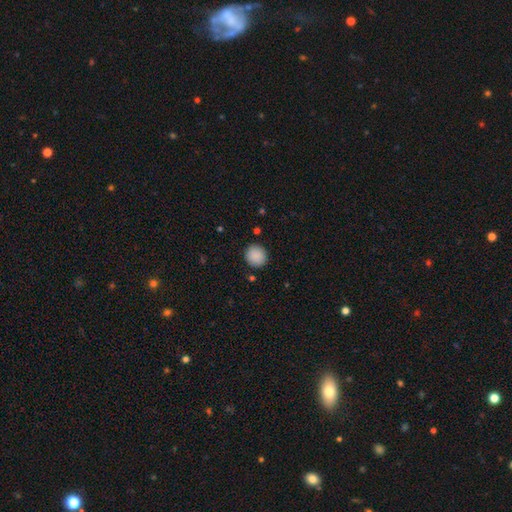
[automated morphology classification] Smooth or featured: smooth — 89% (star or artifact — 8%)
How rounded: round — 90% (in between — 9%)
Merging: none — 89% (minor disturbance — 7%)